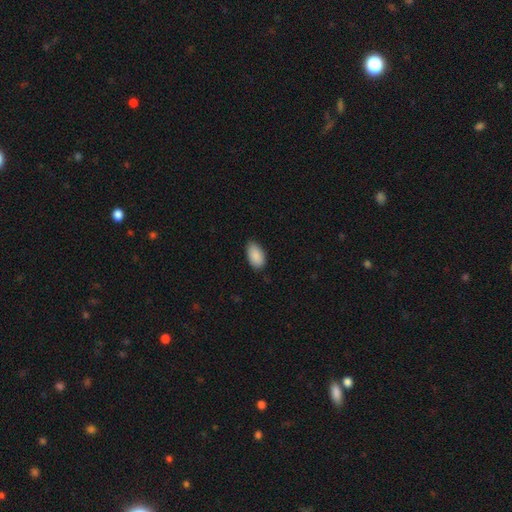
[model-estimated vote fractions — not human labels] A smooth galaxy with no disk features (89%) that is in between round and cigar-shaped (95%). Merging: none (80%).